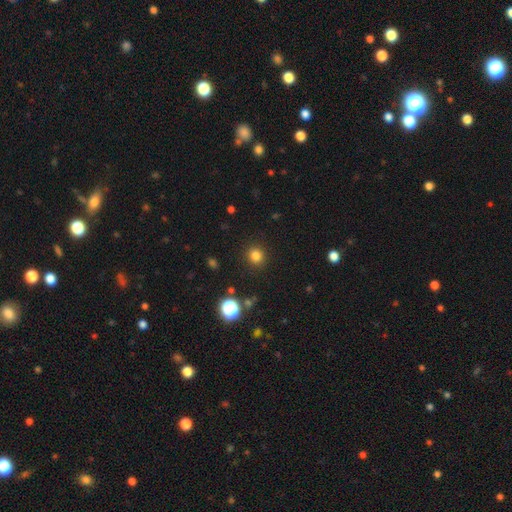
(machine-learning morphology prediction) Smooth or featured?
  - smooth: 81% *
  - star or artifact: 14%
  - featured or disk: 4%
How rounded?
  - round: 91% *
  - in between: 8%
  - cigar-shaped: 1%
Merging?
  - none: 91% *
  - minor disturbance: 5%
  - major disturbance: 2%
  - merger: 1%